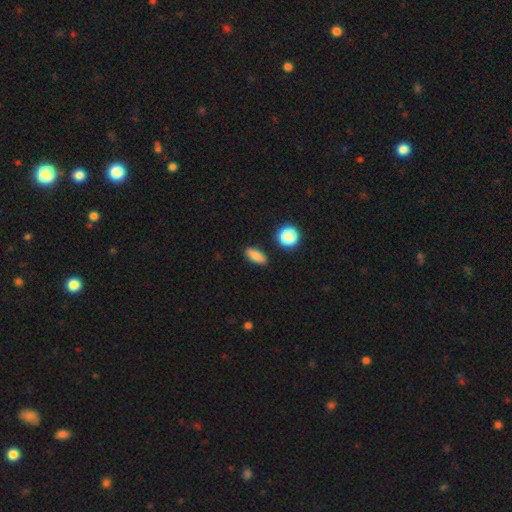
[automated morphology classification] smooth_or_featured: smooth (p=0.83) [alt: star or artifact p=0.09]
how_rounded: in between (p=0.77) [alt: cigar-shaped p=0.13]
merging: none (p=0.86) [alt: minor disturbance p=0.09]